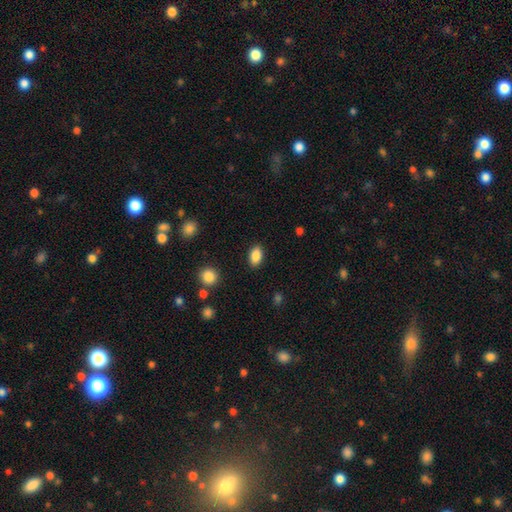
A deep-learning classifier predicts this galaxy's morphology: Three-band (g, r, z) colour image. It shows a smooth galaxy with no disk features (87%) that is in between round and cigar-shaped (90%). Merging: none (88%).